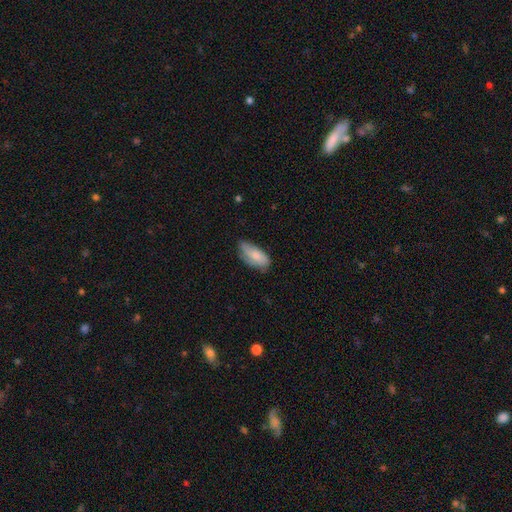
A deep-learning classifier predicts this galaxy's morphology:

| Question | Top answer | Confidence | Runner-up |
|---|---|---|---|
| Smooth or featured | smooth | 74% | featured or disk (20%) |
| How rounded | in between | 88% | cigar-shaped (10%) |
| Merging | none | 57% | minor disturbance (33%) |